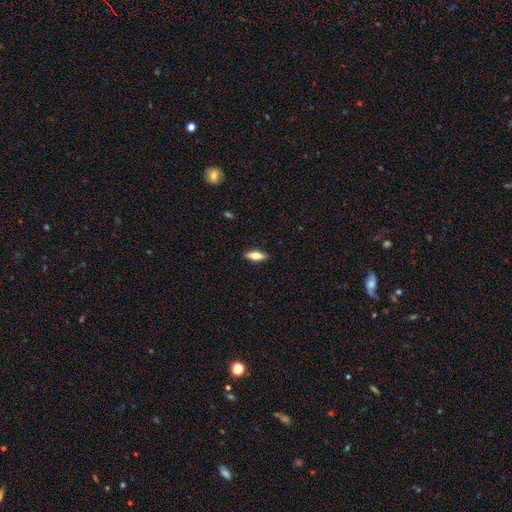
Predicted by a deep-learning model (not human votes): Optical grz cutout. It shows a smooth galaxy with no disk features (66%) that is in between round and cigar-shaped (67%). Merging: none (89%).